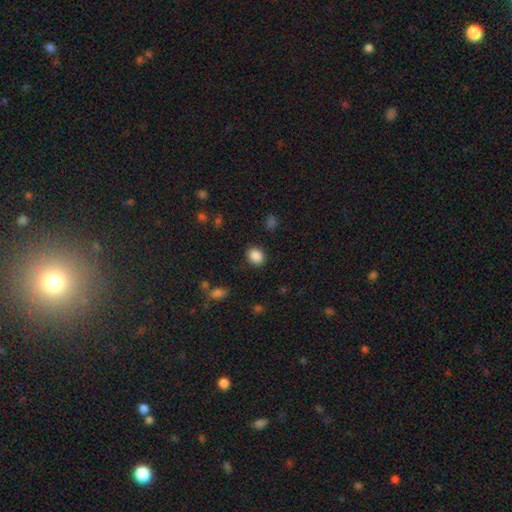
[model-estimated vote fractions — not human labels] Q: Smooth or featured?
A: smooth (87%); runner-up: star or artifact (9%)
Q: How rounded?
A: round (54%); runner-up: in between (45%)
Q: Merging?
A: none (87%); runner-up: minor disturbance (9%)